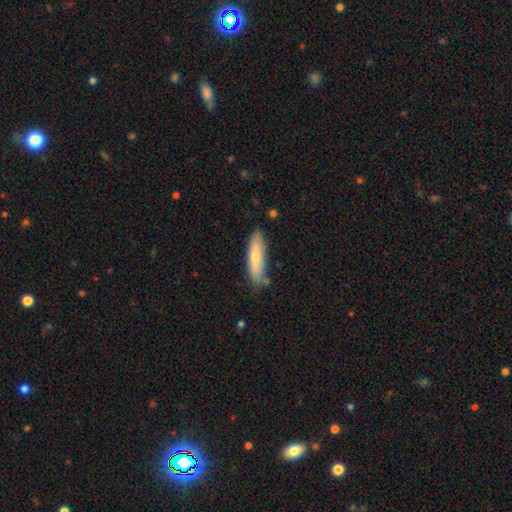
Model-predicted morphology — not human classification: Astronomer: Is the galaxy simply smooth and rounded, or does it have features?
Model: smooth — 68%.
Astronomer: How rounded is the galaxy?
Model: cigar-shaped — 69%.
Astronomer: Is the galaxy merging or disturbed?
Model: none — 74%.